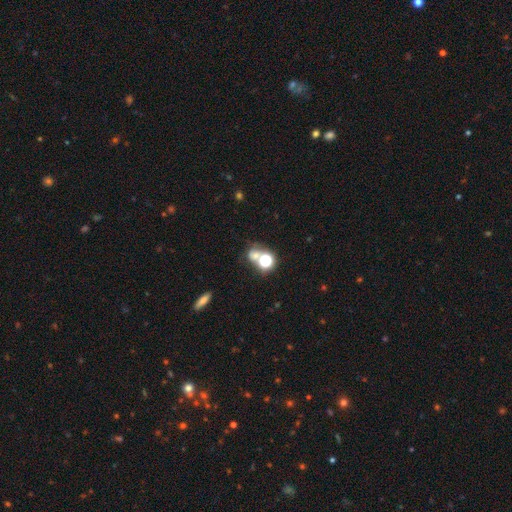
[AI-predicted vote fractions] Q: Smooth or featured?
A: smooth (50%); runner-up: star or artifact (37%)
Q: Merging?
A: none (48%); runner-up: merger (36%)